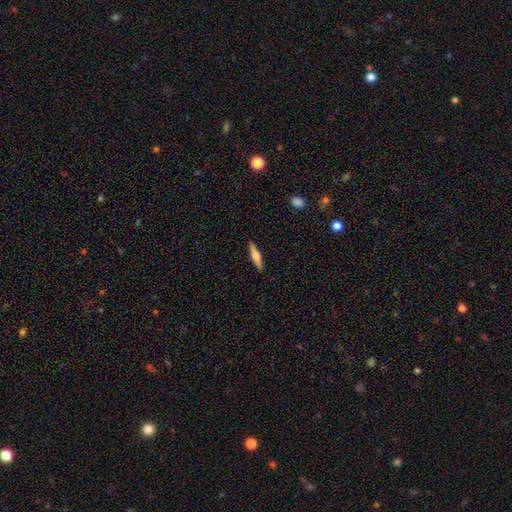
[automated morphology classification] Overall: smooth (53%; featured or disk 41%). How rounded: cigar-shaped (83%). Merging: none (90%).